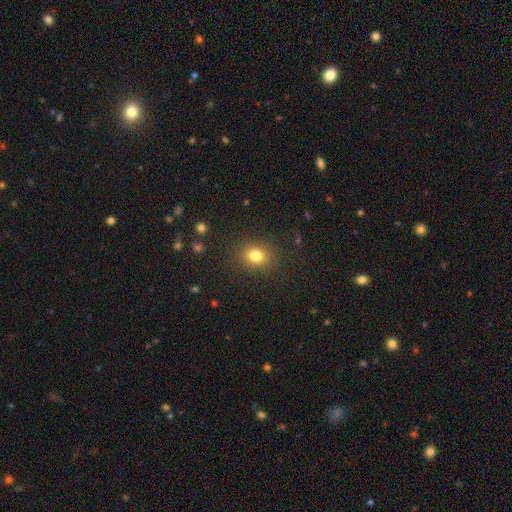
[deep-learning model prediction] Overall: smooth (81%). How rounded: round (65%; in between 34%). Merging: none (87%).